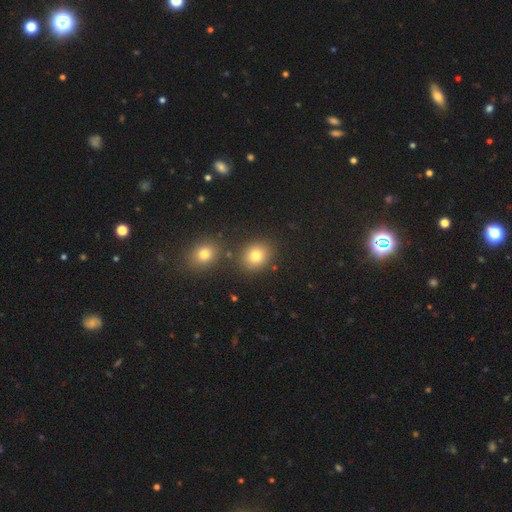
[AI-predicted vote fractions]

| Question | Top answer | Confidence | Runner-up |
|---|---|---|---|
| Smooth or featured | smooth | 79% | star or artifact (13%) |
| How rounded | round | 68% | in between (31%) |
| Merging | none | 81% | merger (8%) |